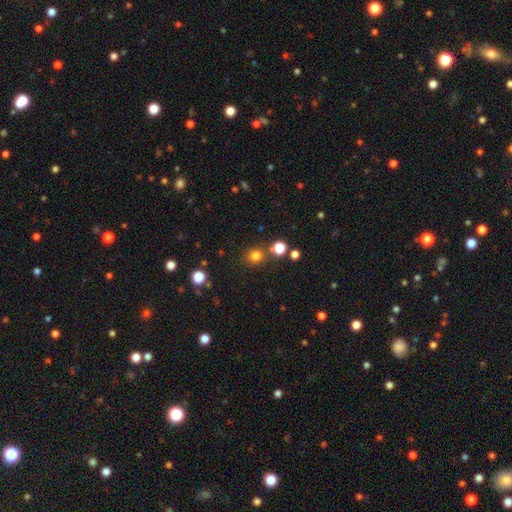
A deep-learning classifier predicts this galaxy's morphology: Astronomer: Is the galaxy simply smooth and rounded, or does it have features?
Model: smooth — 78%.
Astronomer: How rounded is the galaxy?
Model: round — 86%.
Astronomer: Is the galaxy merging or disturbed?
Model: none — 78%.